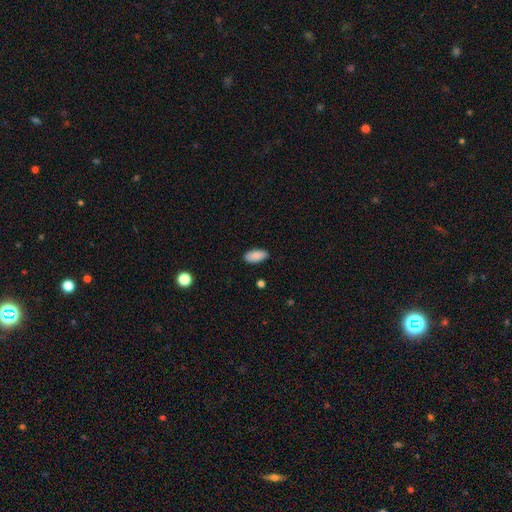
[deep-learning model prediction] Overall: smooth (89%). How rounded: in between (91%). Merging: none (87%).